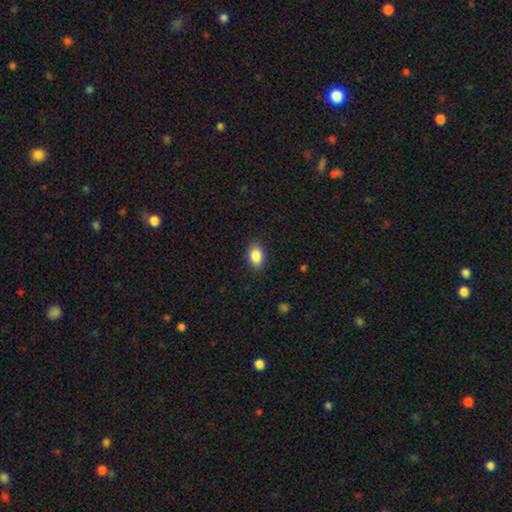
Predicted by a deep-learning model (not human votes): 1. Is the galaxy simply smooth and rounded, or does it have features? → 87% smooth, 8% star or artifact, 5% featured or disk.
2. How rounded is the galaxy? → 84% in between, 15% round, 1% cigar-shaped.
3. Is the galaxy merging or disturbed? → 88% none, 9% minor disturbance, 2% major disturbance, 1% merger.